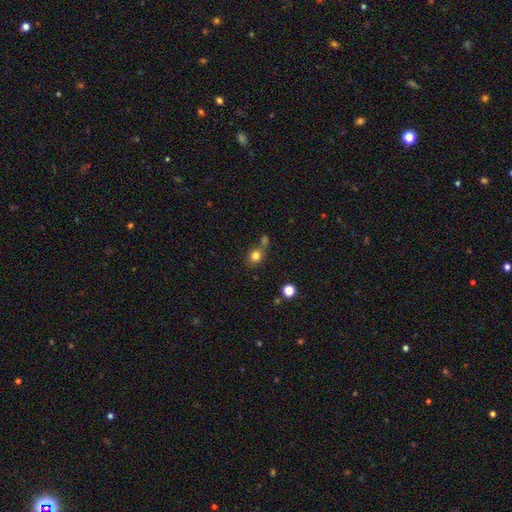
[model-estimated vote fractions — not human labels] Smooth or featured? Predicted: smooth (p=0.80). How rounded? Predicted: round (p=0.72). Merging? Predicted: none (p=0.56).